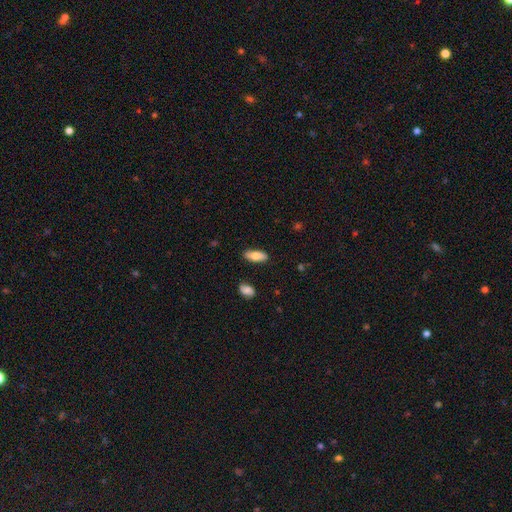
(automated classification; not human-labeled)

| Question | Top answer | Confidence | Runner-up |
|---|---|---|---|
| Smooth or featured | smooth | 76% | featured or disk (18%) |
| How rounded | in between | 78% | cigar-shaped (19%) |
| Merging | none | 86% | minor disturbance (10%) |